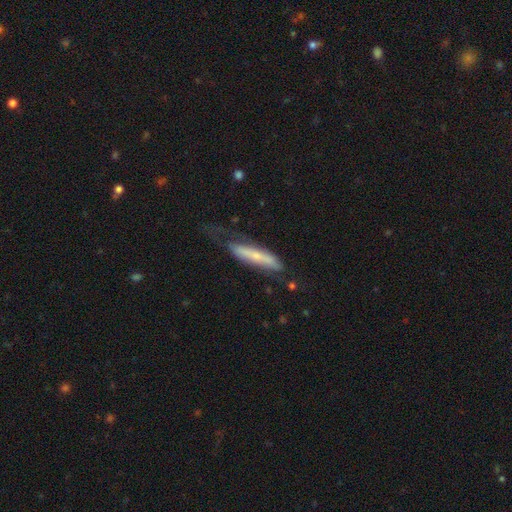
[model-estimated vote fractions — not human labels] smooth-or-featured: smooth: 49% | featured or disk: 44% | star or artifact: 7%
  merging: none: 43% | minor disturbance: 30% | major disturbance: 24% | merger: 3%